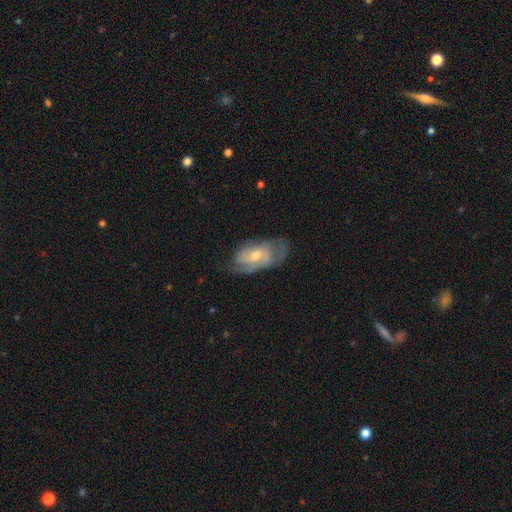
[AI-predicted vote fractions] featured or disk 66%, smooth 28%, star or artifact 6%. Down the decision tree: edge-on disk — no (94%); bar — no (55%); spiral arms — yes (81%); spiral arm count — 2 (48%); spiral winding — medium (43%); bulge size — moderate (52%); merging — none (55%).